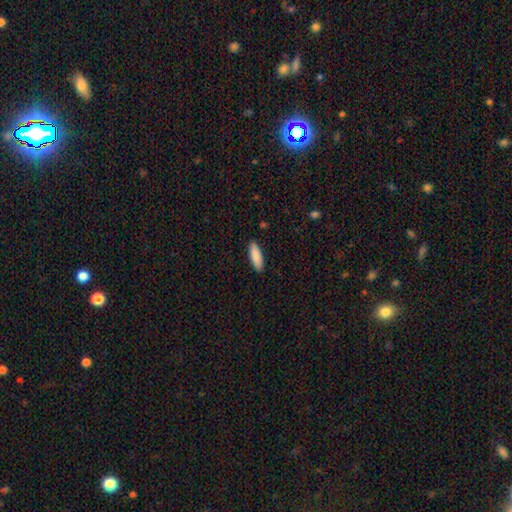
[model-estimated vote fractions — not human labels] Smooth or featured: smooth — 88% (featured or disk — 6%)
How rounded: cigar-shaped — 54% (in between — 45%)
Merging: none — 90% (minor disturbance — 8%)